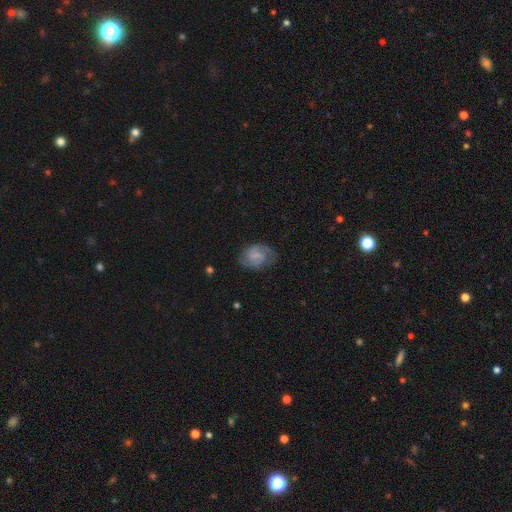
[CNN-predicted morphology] A featured or disk galaxy (63%) with a weak bar (48%), 2 (79%) medium (47%) spiral arms (92%) and a small central bulge (41%). Merging: none (71%).